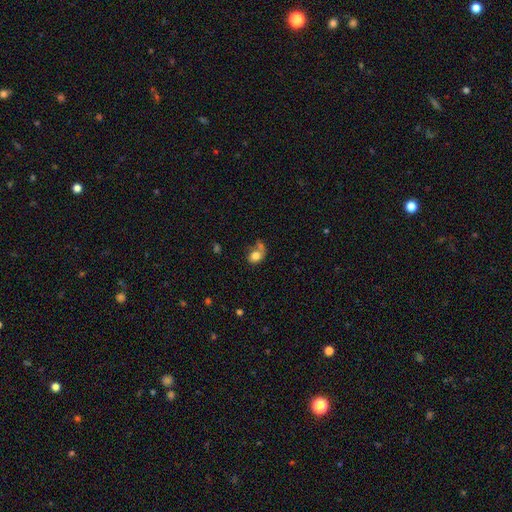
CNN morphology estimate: smooth 75%, featured or disk 15%, star or artifact 9%. Down the decision tree: how rounded — in between (56%); merging — none (35%).